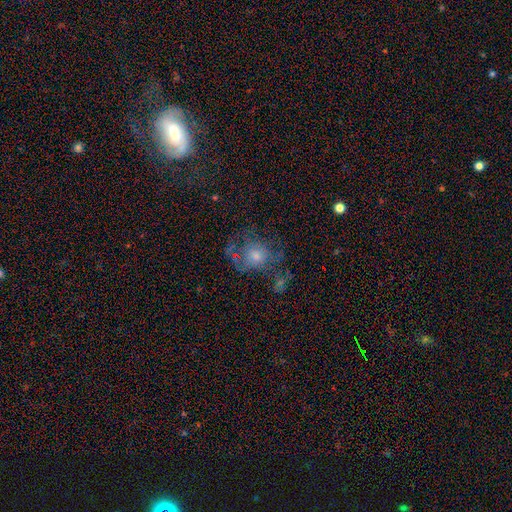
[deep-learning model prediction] A smooth galaxy with no disk features (46%).

Vote fractions:
- Smooth or featured? smooth: 46% / featured or disk: 39% / star or artifact: 15%
- Merging? none: 46% / major disturbance: 26% / minor disturbance: 21% / merger: 7%